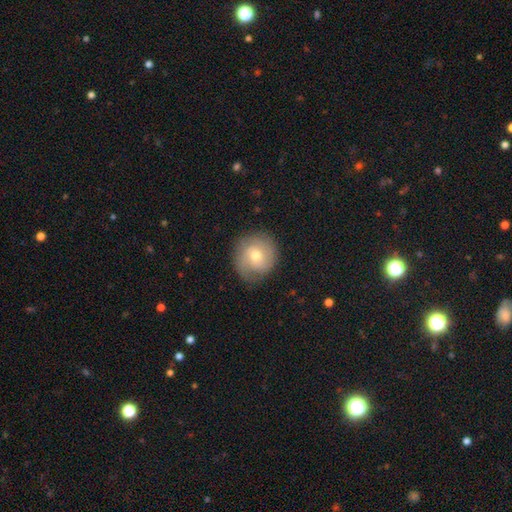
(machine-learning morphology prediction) Q: Smooth or featured?
A: smooth (51%); runner-up: featured or disk (40%)
Q: How rounded?
A: round (90%); runner-up: in between (9%)
Q: Merging?
A: none (80%); runner-up: minor disturbance (14%)